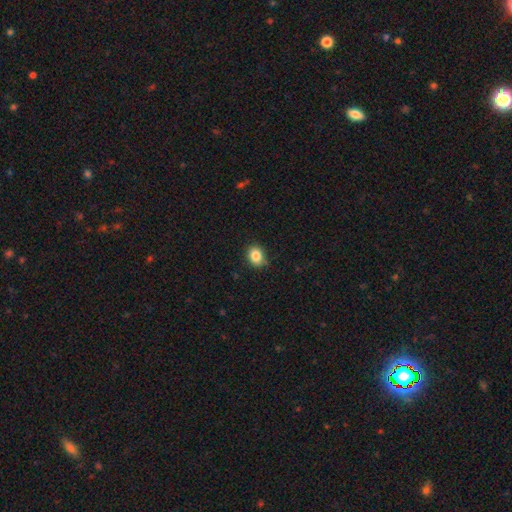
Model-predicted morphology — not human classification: A smooth galaxy with no disk features (85%) that is round (55%).

Vote fractions:
- Smooth or featured? smooth: 85% / star or artifact: 10% / featured or disk: 5%
- How rounded? round: 55% / in between: 44% / cigar-shaped: 1%
- Merging? none: 81% / minor disturbance: 15% / major disturbance: 3% / merger: 1%